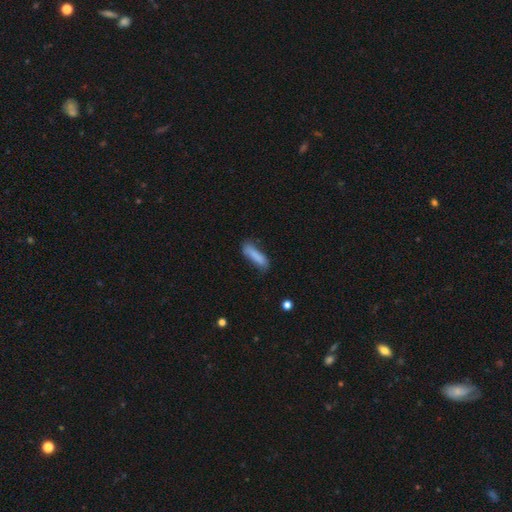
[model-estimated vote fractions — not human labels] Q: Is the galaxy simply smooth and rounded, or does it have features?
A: smooth — 81%.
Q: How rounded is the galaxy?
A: cigar-shaped — 68%.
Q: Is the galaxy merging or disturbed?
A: none — 58%.